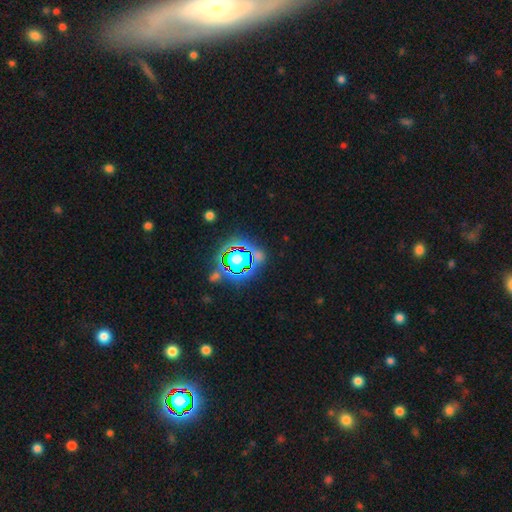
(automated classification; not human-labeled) This appears to be a star or artifact, not a galaxy (74%).